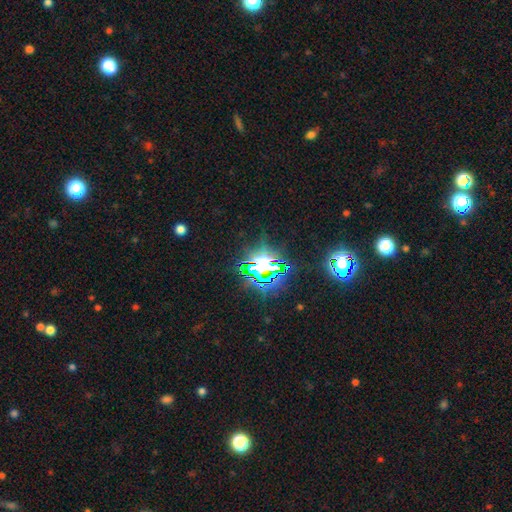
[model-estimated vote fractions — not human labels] The model was most divided on "smooth or featured": star or artifact: 80%, smooth: 11%, featured or disk: 9%.